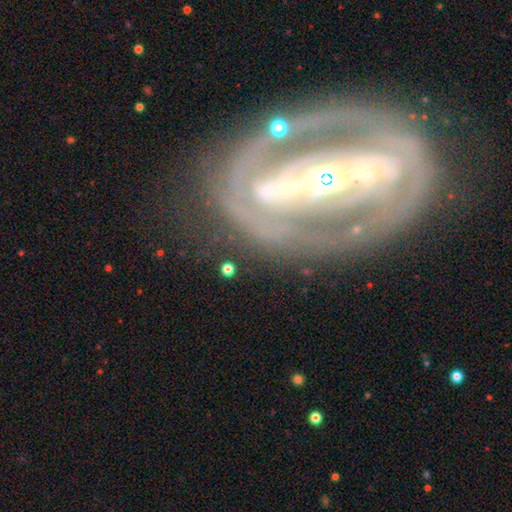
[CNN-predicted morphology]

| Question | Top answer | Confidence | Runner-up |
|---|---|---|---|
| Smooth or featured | featured or disk | 82% | smooth (9%) |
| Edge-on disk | no | 91% | yes (9%) |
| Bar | strong | 64% | weak (19%) |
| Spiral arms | yes | 78% | no (22%) |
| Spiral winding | tight | 58% | medium (30%) |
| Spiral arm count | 2 | 57% | can't tell (20%) |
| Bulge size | small | 46% | moderate (36%) |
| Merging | none | 67% | minor disturbance (16%) |